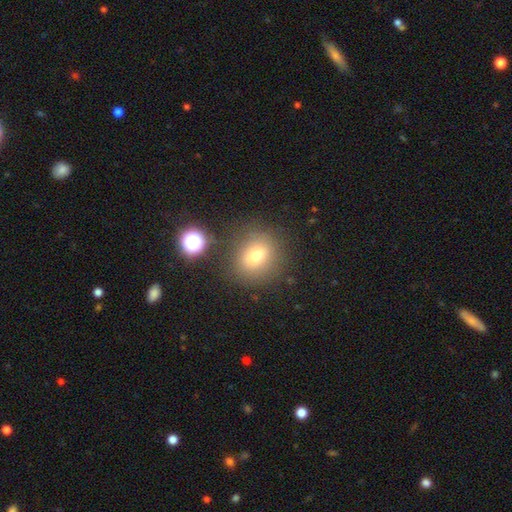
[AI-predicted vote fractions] Smooth or featured? Predicted: smooth (p=0.70). How rounded? Predicted: round (p=0.75). Merging? Predicted: none (p=0.80).